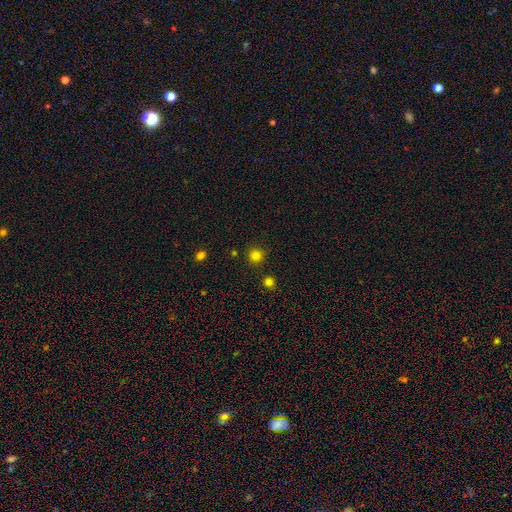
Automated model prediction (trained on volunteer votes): This is clearly a smooth galaxy (80%). How rounded: clearly round (94%). Merging: clearly none (89%).